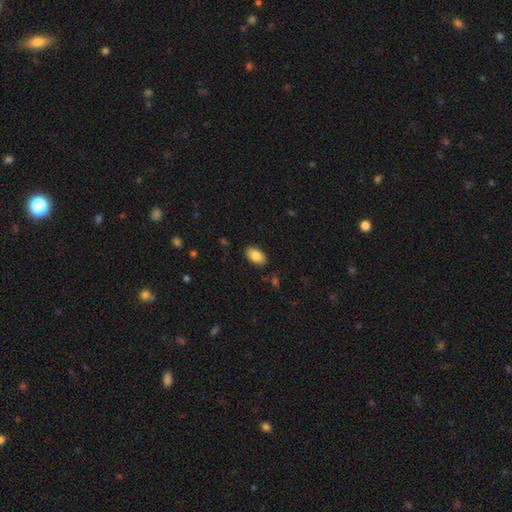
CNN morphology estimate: Smooth or featured? Predicted: smooth (p=0.85). How rounded? Predicted: in between (p=0.94). Merging? Predicted: none (p=0.87).